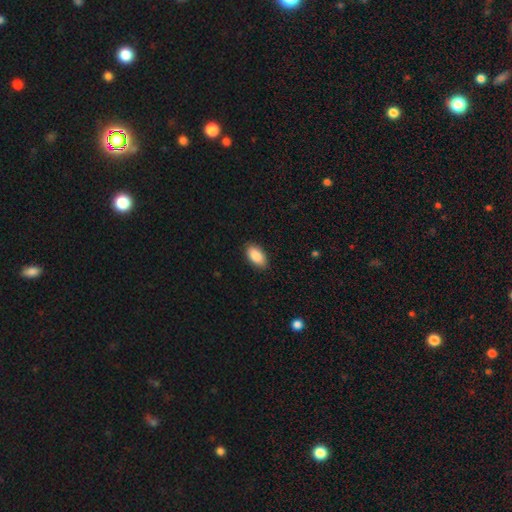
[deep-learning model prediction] Morphology: type=smooth (89%); roundness=in between (94%); merging=none (88%).